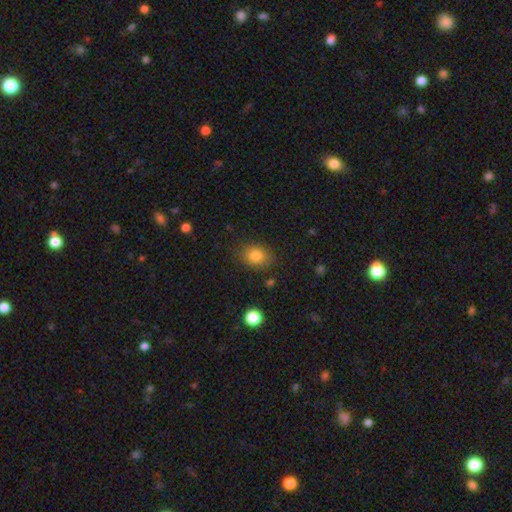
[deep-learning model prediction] Overall: smooth (83%). How rounded: in between (59%; round 40%). Merging: none (80%).